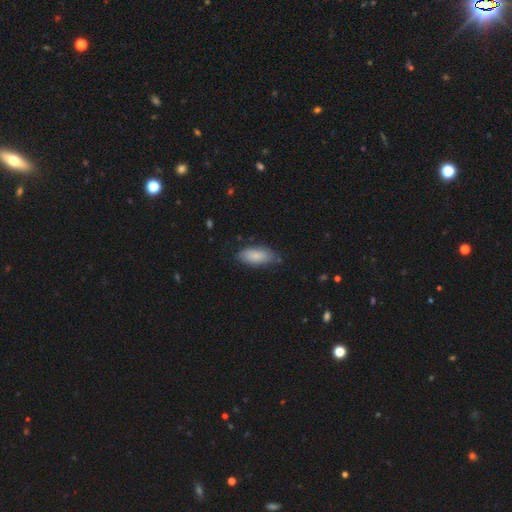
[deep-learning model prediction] smooth 84%, featured or disk 10%, star or artifact 6%. Down the decision tree: how rounded — in between (85%); merging — none (75%).